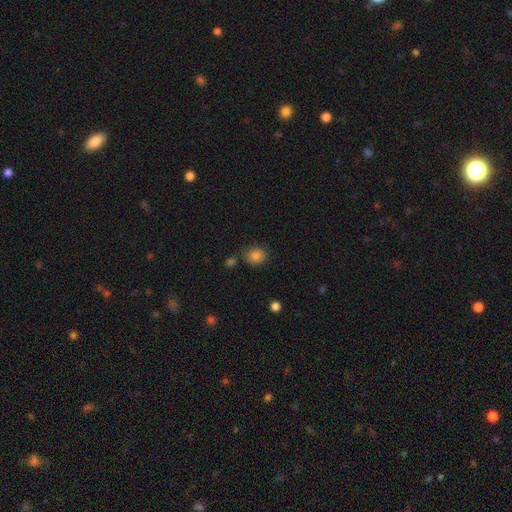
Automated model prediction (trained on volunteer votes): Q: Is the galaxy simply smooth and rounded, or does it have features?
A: smooth — 84%.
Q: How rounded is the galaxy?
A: round — 74%.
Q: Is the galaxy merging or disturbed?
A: none — 77%.